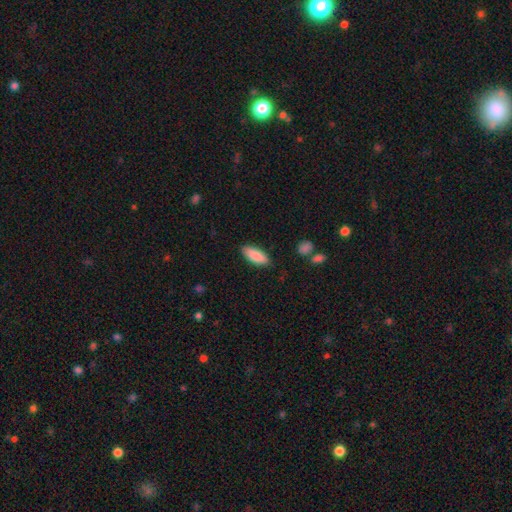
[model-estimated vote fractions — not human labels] smooth-or-featured: smooth: 88% | featured or disk: 6% | star or artifact: 6%
  how-rounded: in between: 79% | cigar-shaped: 20% | round: 2%
  merging: none: 86% | minor disturbance: 11% | major disturbance: 2% | merger: 1%